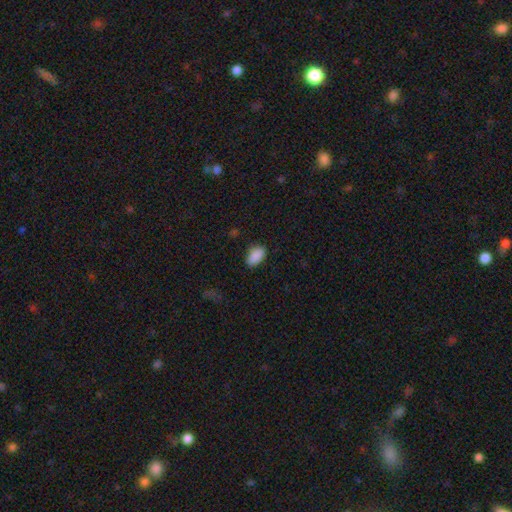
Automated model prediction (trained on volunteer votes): Q: Smooth or featured?
A: smooth (90%); runner-up: star or artifact (7%)
Q: How rounded?
A: in between (93%); runner-up: round (5%)
Q: Merging?
A: none (82%); runner-up: minor disturbance (14%)